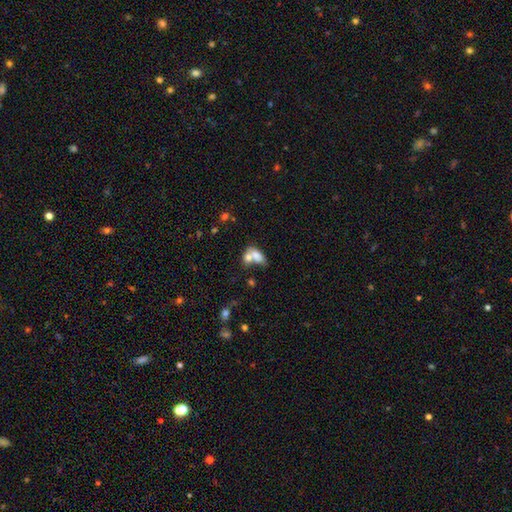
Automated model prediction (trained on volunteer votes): smooth 73%, featured or disk 18%, star or artifact 9%. Down the decision tree: how rounded — in between (85%); merging — merger (64%).